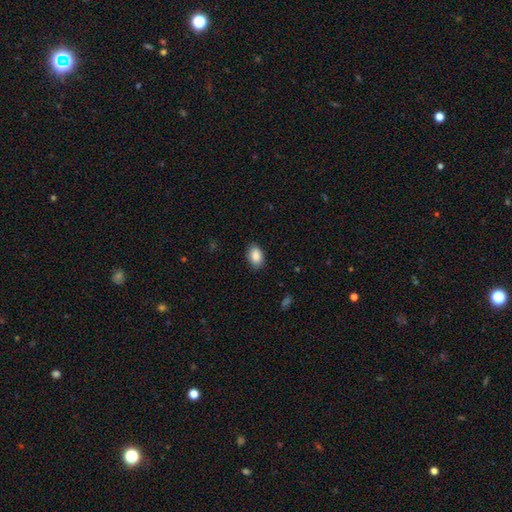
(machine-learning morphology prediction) Smooth or featured? Predicted: smooth (p=0.89). How rounded? Predicted: in between (p=0.88). Merging? Predicted: none (p=0.87).